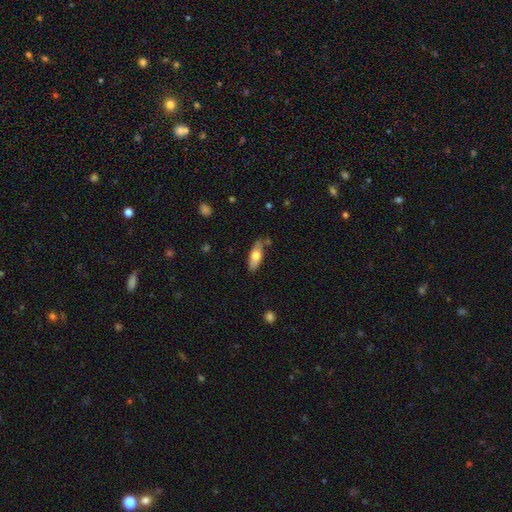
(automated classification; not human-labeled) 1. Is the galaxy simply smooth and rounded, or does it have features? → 69% smooth, 25% featured or disk, 6% star or artifact.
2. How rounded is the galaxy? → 74% in between, 24% cigar-shaped, 2% round.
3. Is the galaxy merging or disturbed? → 69% none, 21% minor disturbance, 6% merger, 4% major disturbance.